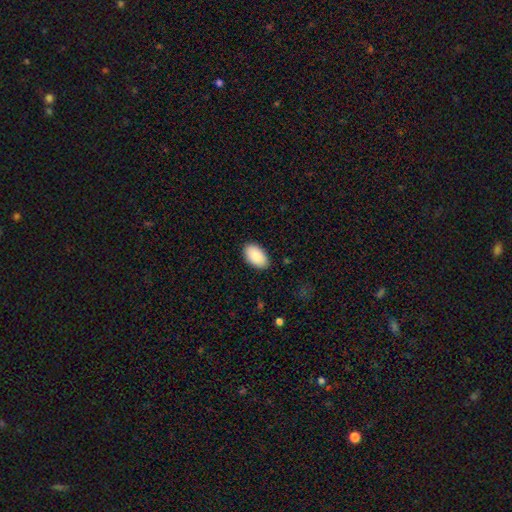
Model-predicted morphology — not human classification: The model was most divided on "merging": none: 88%, minor disturbance: 9%, major disturbance: 2%, merger: 1%. More confident: how rounded — in between (95%); smooth or featured — smooth (89%).